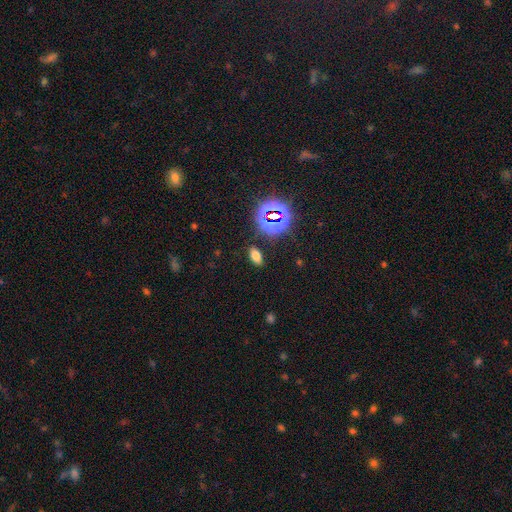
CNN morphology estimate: Overall: smooth (67%). How rounded: in between (86%). Merging: none (87%).